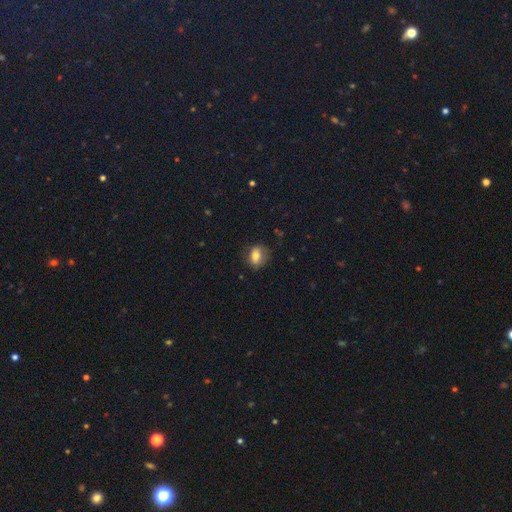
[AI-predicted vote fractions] Q: Smooth or featured?
A: smooth (69%); runner-up: featured or disk (22%)
Q: How rounded?
A: in between (58%); runner-up: round (41%)
Q: Merging?
A: none (72%); runner-up: minor disturbance (20%)